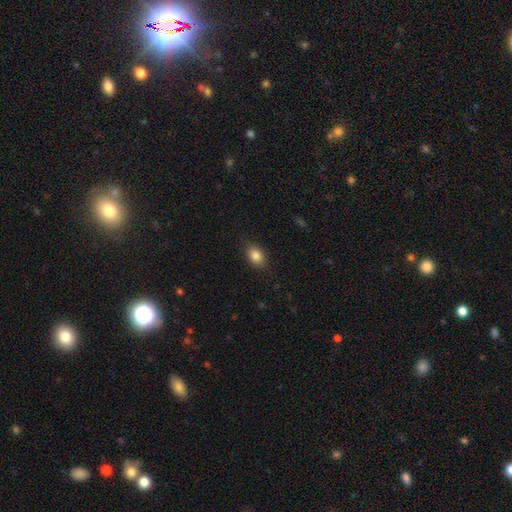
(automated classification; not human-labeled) Smooth or featured? Predicted: smooth (p=0.86). How rounded? Predicted: in between (p=0.81). Merging? Predicted: none (p=0.86).